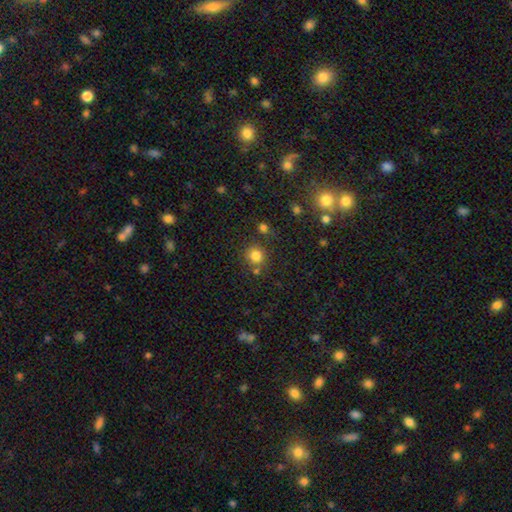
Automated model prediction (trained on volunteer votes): A smooth galaxy with no disk features (81%) that is round (90%). Merging: none (76%).